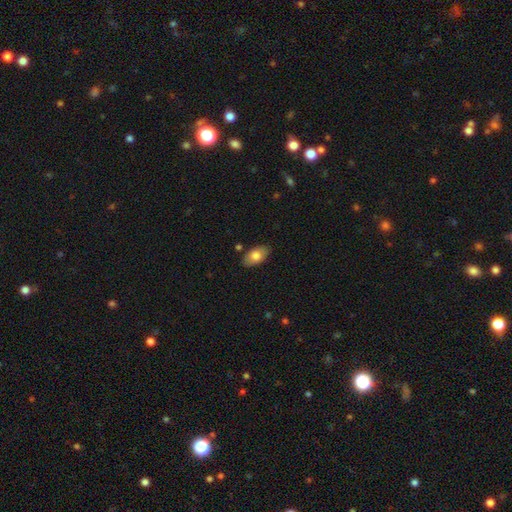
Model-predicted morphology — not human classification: The model was most divided on "smooth or featured": smooth: 78%, featured or disk: 15%, star or artifact: 6%. More confident: how rounded — in between (94%); merging — none (84%).